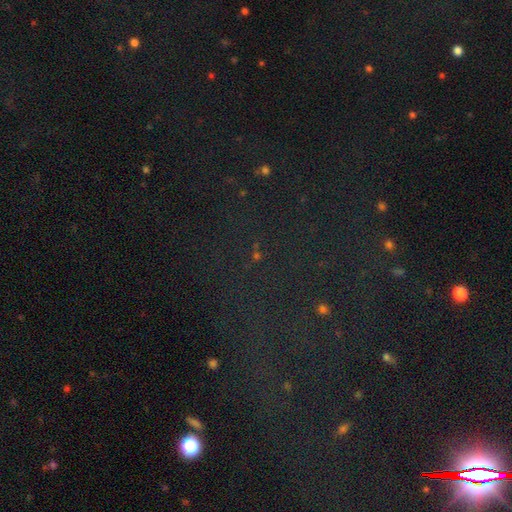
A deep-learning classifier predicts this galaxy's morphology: A star or artifact, not a galaxy (77%).